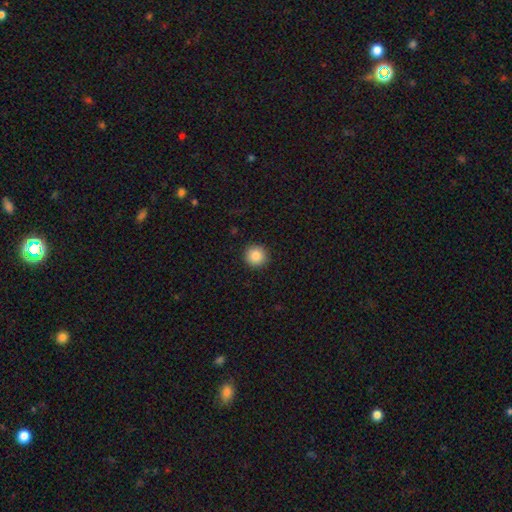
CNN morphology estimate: type=smooth (87%); roundness=round (95%); merging=none (92%).